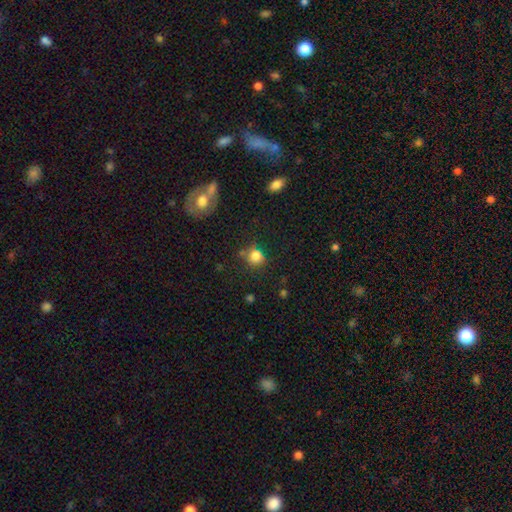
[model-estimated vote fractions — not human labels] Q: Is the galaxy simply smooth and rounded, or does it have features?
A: smooth — 80%.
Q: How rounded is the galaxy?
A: round — 83%.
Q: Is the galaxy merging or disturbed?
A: none — 68%.